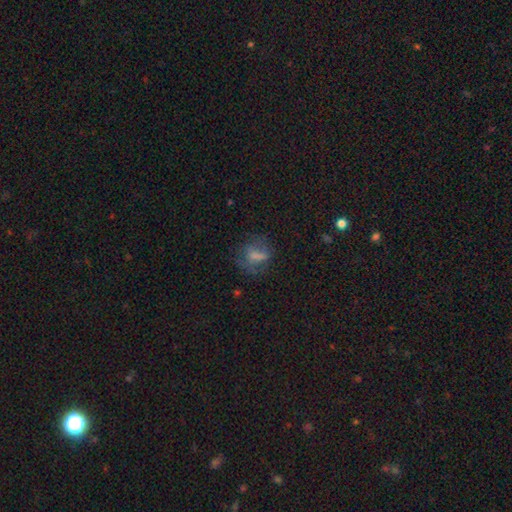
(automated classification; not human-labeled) This is possibly a smooth galaxy (45%). Merging: possibly none (56%).